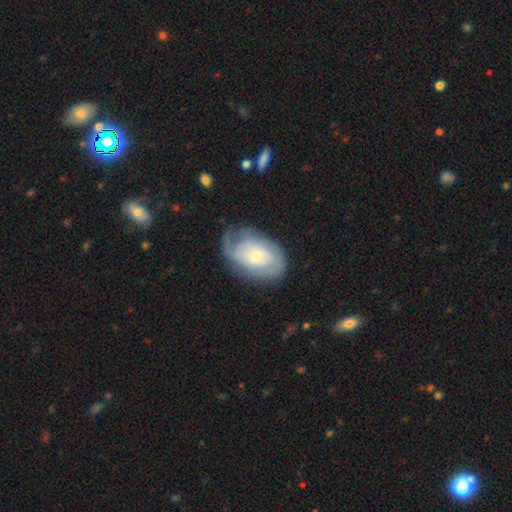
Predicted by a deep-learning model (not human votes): A featured or disk galaxy (61%) with no bar (79%), spiral arms (77%) and a small central bulge (65%). Merging: none (59%).